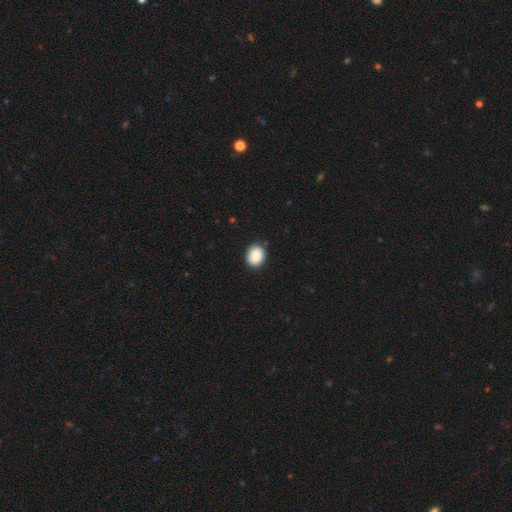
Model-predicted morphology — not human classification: A smooth galaxy with no disk features (88%) that is round (51%).

Vote fractions:
- Smooth or featured? smooth: 88% / star or artifact: 8% / featured or disk: 4%
- How rounded? round: 51% / in between: 49% / cigar-shaped: 1%
- Merging? none: 88% / minor disturbance: 9% / major disturbance: 2% / merger: 1%